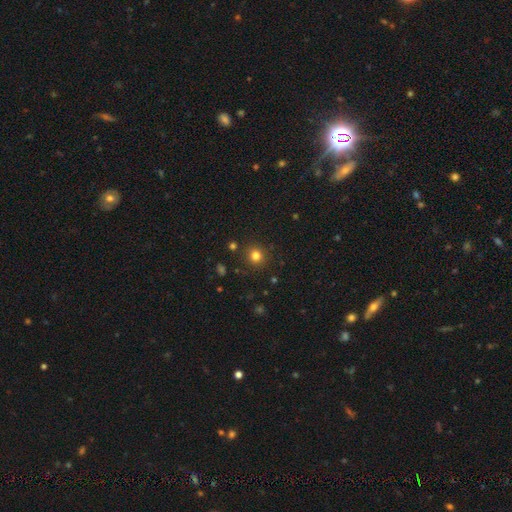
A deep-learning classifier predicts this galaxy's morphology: Smooth or featured? Predicted: smooth (p=0.80). How rounded? Predicted: round (p=0.92). Merging? Predicted: none (p=0.89).